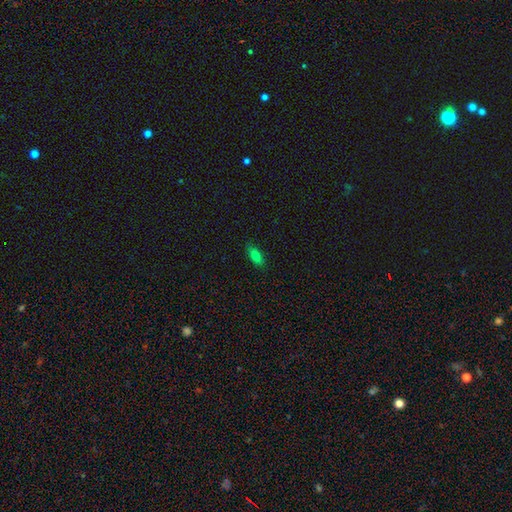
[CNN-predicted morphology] This appears to be a smooth galaxy with no disk features (77%) that is in between round and cigar-shaped (81%). Merging: none (85%).